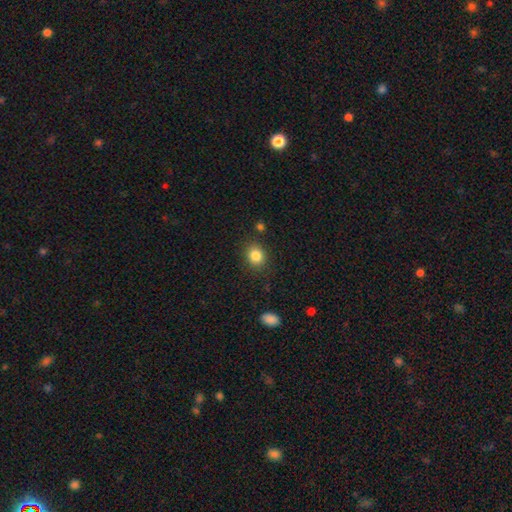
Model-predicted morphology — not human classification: Q: Smooth or featured?
A: smooth (84%); runner-up: star or artifact (10%)
Q: How rounded?
A: round (67%); runner-up: in between (32%)
Q: Merging?
A: none (85%); runner-up: minor disturbance (9%)